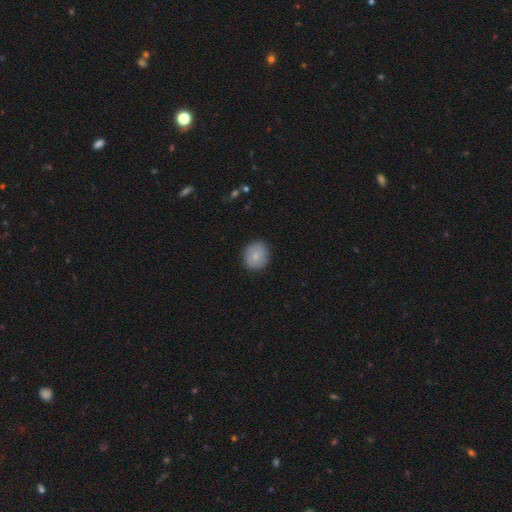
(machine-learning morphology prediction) This is likely a smooth galaxy (80%). How rounded: likely round (78%). Merging: clearly none (85%).